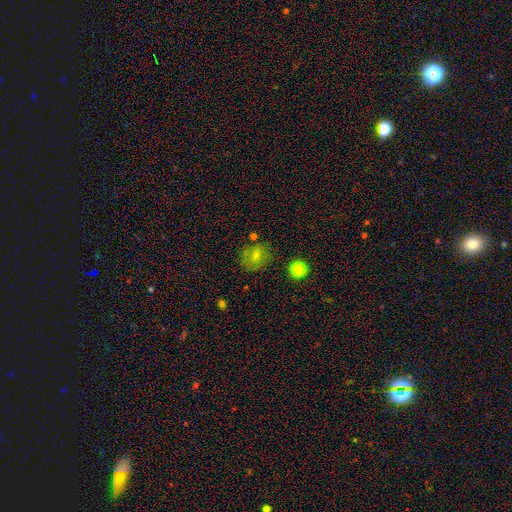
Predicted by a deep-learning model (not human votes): Smooth or featured?
  - smooth: 66% *
  - featured or disk: 17%
  - star or artifact: 17%
How rounded?
  - round: 60% *
  - in between: 39%
  - cigar-shaped: 1%
Merging?
  - none: 66% *
  - minor disturbance: 19%
  - major disturbance: 10%
  - merger: 5%